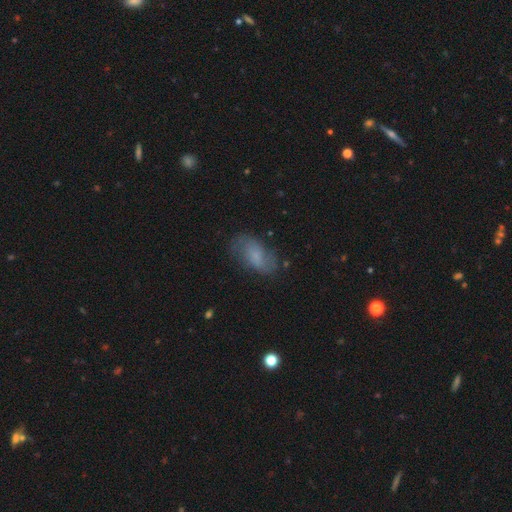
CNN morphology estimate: Smooth or featured?
  - smooth: 52% *
  - featured or disk: 38%
  - star or artifact: 9%
How rounded?
  - in between: 89% *
  - cigar-shaped: 5%
  - round: 5%
Merging?
  - none: 68% *
  - minor disturbance: 22%
  - major disturbance: 9%
  - merger: 2%